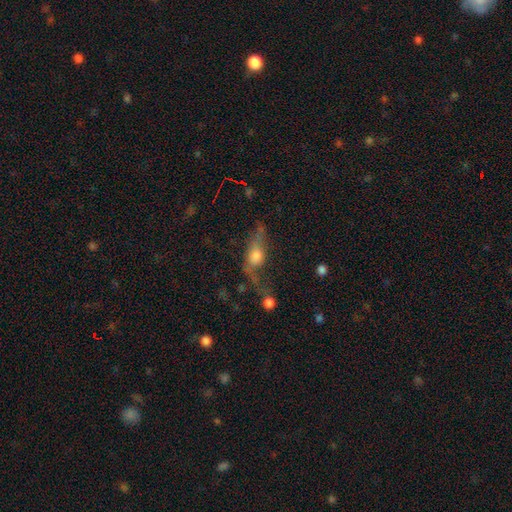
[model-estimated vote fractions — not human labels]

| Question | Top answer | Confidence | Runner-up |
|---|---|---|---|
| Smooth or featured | smooth | 45% | featured or disk (41%) |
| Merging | none | 34% | major disturbance (33%) |